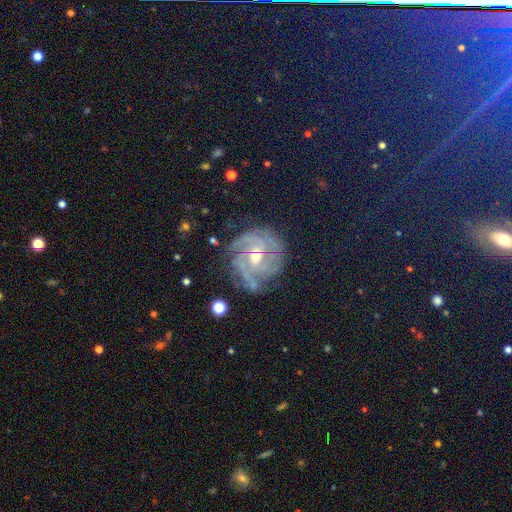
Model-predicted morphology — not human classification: The model was most divided on "spiral arm count": 3: 27%, can't tell: 22%, 2: 16%, 4: 15%, more than 4: 10%, 1: 10%. Remaining: edge-on disk — no (97%); spiral arms — yes (97%); smooth or featured — featured or disk (79%); merging — none (74%); spiral winding — tight (71%); bulge size — moderate (56%); bar — weak (44%).